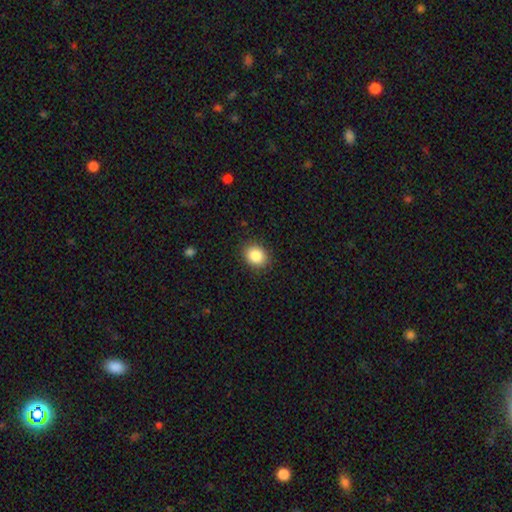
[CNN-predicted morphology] Smooth or featured: smooth — 87% (star or artifact — 9%)
How rounded: round — 54% (in between — 45%)
Merging: none — 88% (minor disturbance — 8%)